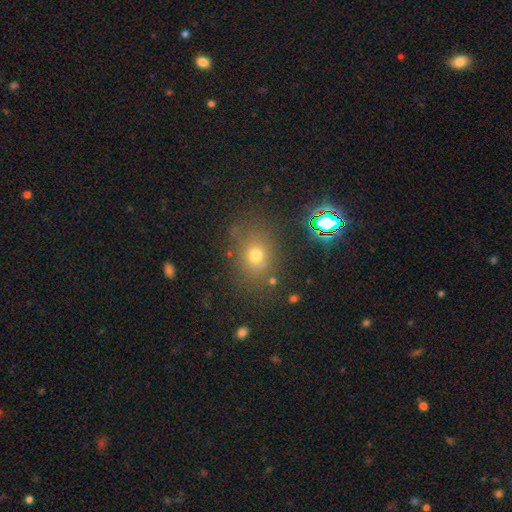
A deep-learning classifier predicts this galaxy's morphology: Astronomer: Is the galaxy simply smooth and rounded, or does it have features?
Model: smooth — 65%.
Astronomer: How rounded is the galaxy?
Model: round — 50% (runner-up: in between, 48%).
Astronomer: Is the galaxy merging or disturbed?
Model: none — 78%.